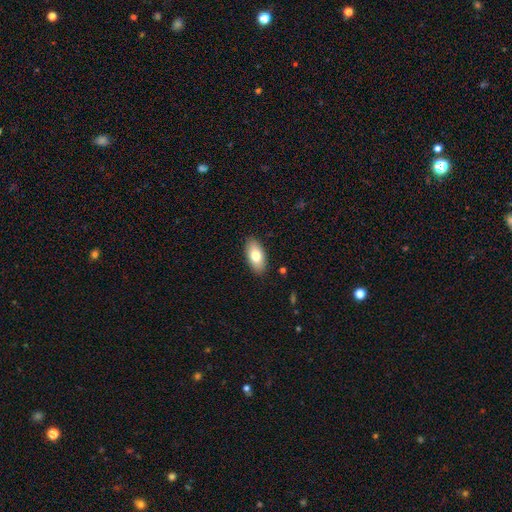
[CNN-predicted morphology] Q: Smooth or featured?
A: smooth (76%); runner-up: featured or disk (17%)
Q: How rounded?
A: in between (92%); runner-up: cigar-shaped (5%)
Q: Merging?
A: none (89%); runner-up: minor disturbance (8%)